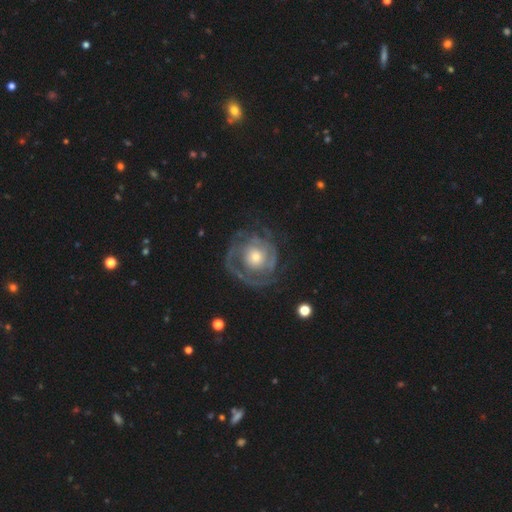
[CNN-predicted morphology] Overall: featured or disk (84%). Edge-on disk: no (98%). Bar: no (79%). Spiral arms: yes (91%). Spiral arm count: 2 (33%; can't tell 29%). Spiral winding: tight (67%). Bulge size: moderate (58%; small 27%). Merging: none (70%).